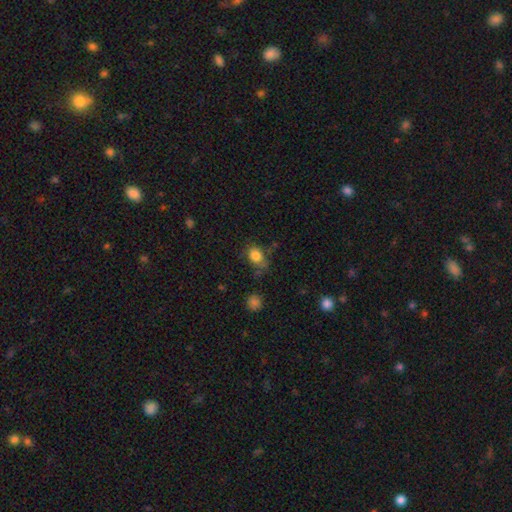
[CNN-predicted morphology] Smooth or featured? Predicted: smooth (p=0.82). How rounded? Predicted: in between (p=0.64). Merging? Predicted: none (p=0.60).